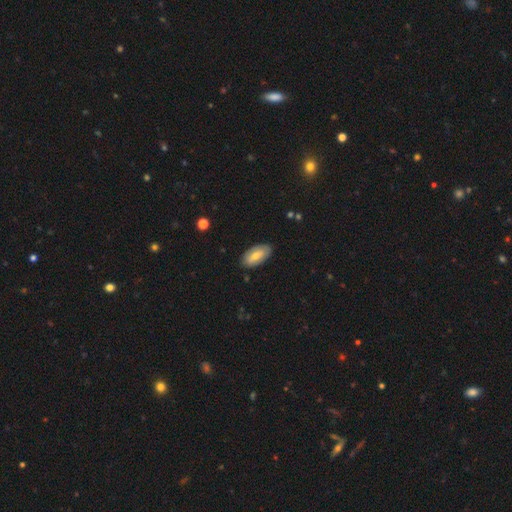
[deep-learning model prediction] This is likely a smooth galaxy (60%). How rounded: clearly in between (93%). Merging: clearly none (84%).